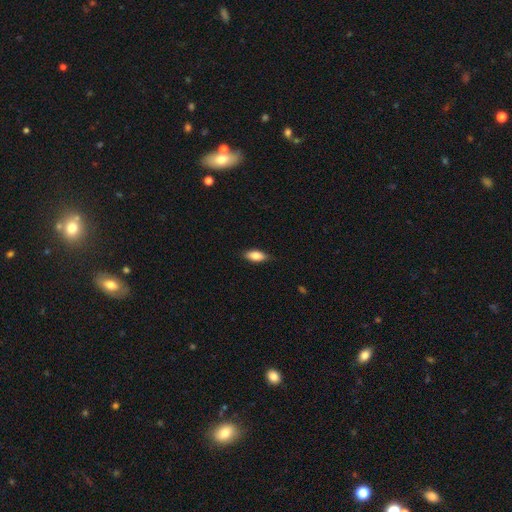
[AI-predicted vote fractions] smooth-or-featured: smooth: 83% | featured or disk: 10% | star or artifact: 6%
  how-rounded: in between: 83% | cigar-shaped: 14% | round: 3%
  merging: none: 84% | minor disturbance: 12% | major disturbance: 2% | merger: 1%